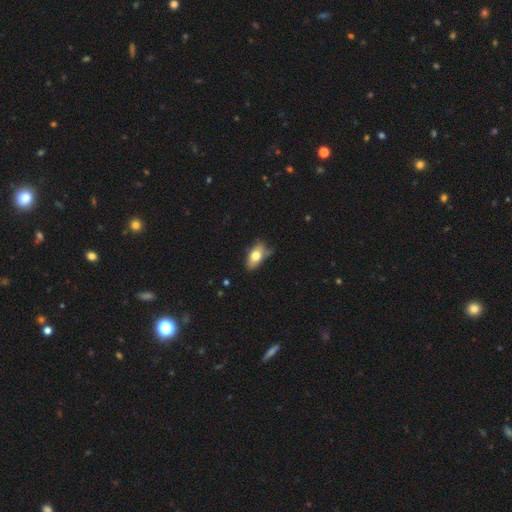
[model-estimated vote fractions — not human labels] Smooth or featured: smooth — 72% (featured or disk — 20%)
How rounded: in between — 89% (cigar-shaped — 6%)
Merging: none — 55% (minor disturbance — 33%)